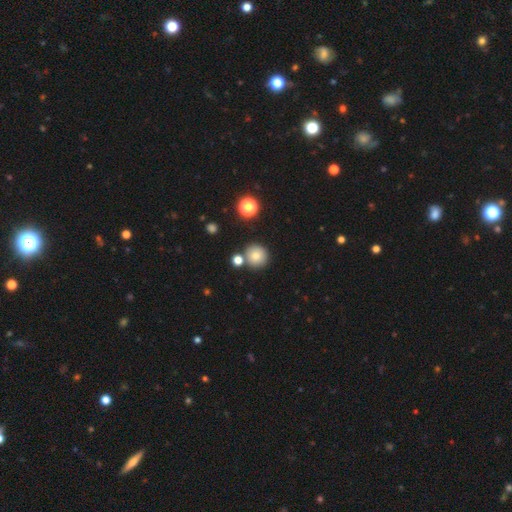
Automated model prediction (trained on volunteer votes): This appears to be a smooth galaxy with no disk features (79%) that is round (93%). Merging: none (78%).